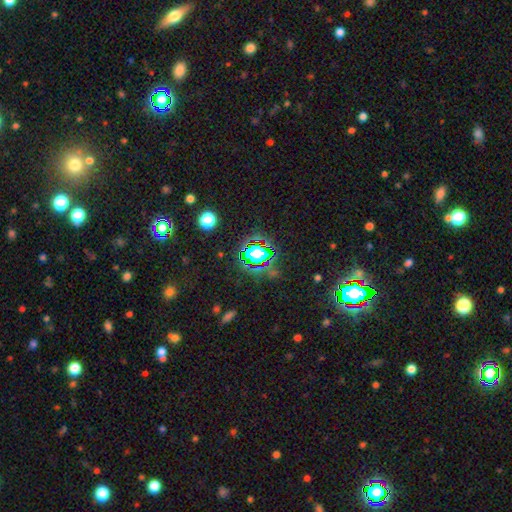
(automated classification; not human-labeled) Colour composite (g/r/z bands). It shows a star or artifact, not a galaxy (60%).